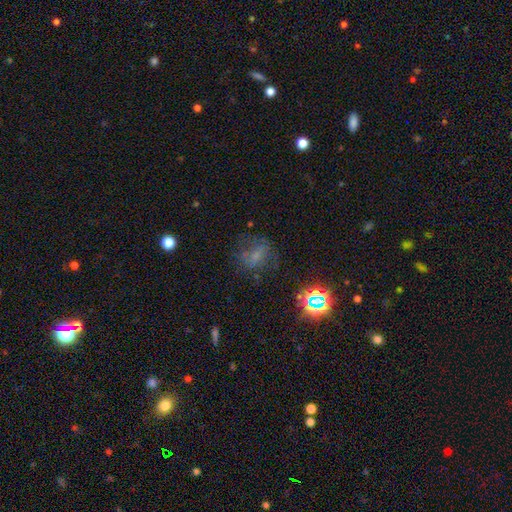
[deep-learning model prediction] Q: Smooth or featured?
A: smooth (46%); runner-up: star or artifact (30%)
Q: Merging?
A: none (58%); runner-up: minor disturbance (21%)